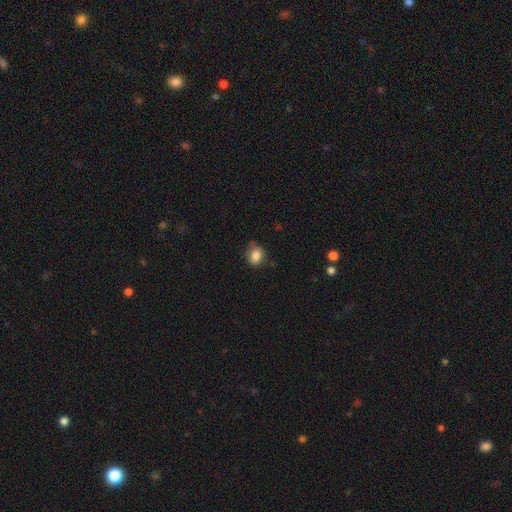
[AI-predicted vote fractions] The model was most divided on "how rounded": in between: 50%, round: 49%, cigar-shaped: 1%. More confident: smooth or featured — smooth (84%); merging — none (68%).